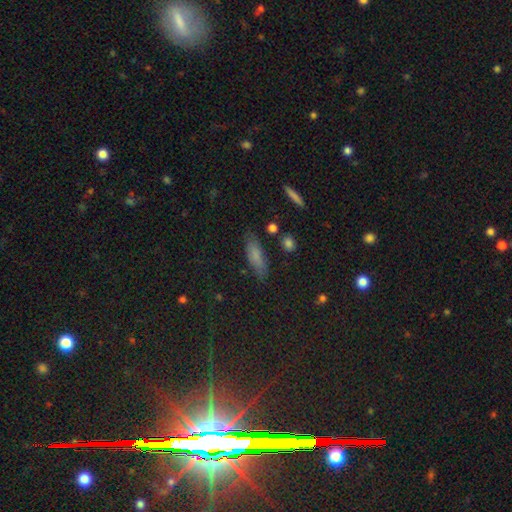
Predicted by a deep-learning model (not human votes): Smooth or featured? smooth (73%)
How rounded? in between (58%)
Merging? none (76%)